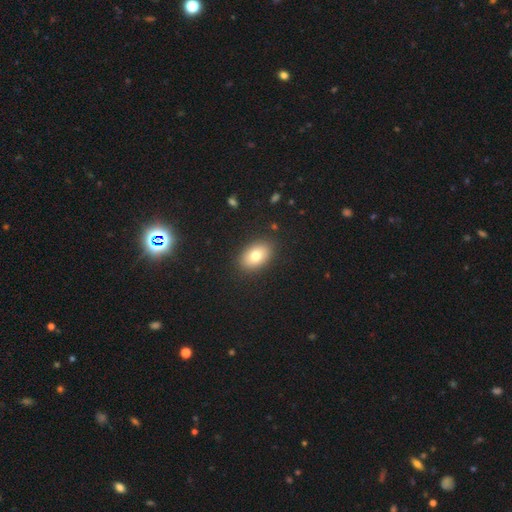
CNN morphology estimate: type=smooth (77%); roundness=in between (86%); merging=none (88%).